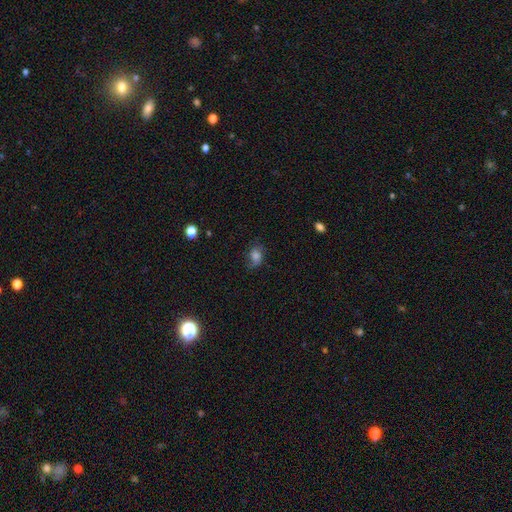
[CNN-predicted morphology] Smooth or featured?
  - smooth: 62% *
  - featured or disk: 26%
  - star or artifact: 13%
How rounded?
  - in between: 67% *
  - round: 31%
  - cigar-shaped: 2%
Merging?
  - none: 61% *
  - minor disturbance: 25%
  - major disturbance: 12%
  - merger: 2%